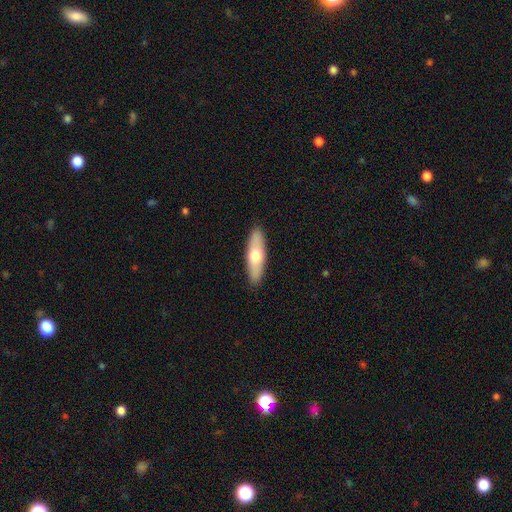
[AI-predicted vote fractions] The model was most divided on "how rounded": in between: 49%, cigar-shaped: 48%, round: 2%. More confident: merging — none (90%); smooth or featured — smooth (60%).